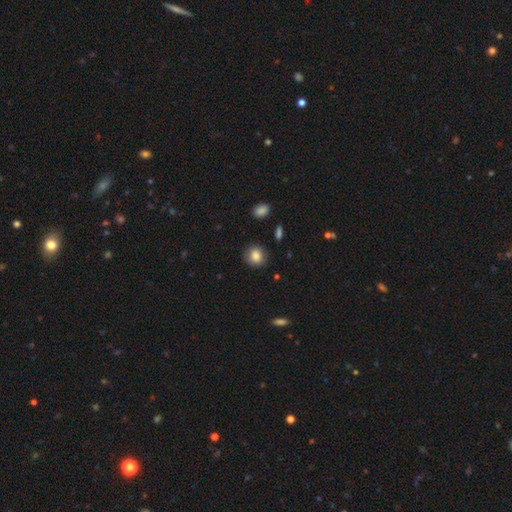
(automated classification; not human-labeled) Morphology: type=smooth (85%); roundness=round (81%); merging=none (87%).